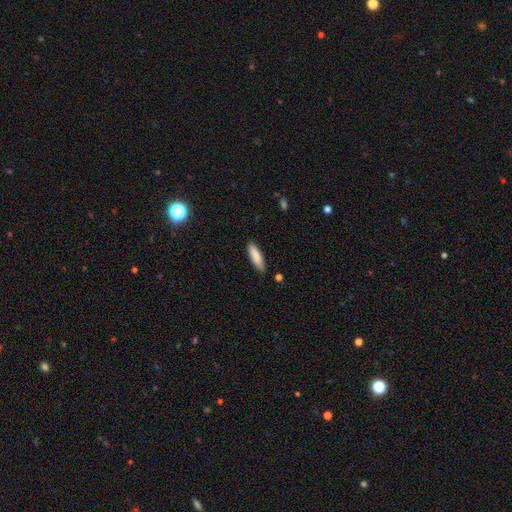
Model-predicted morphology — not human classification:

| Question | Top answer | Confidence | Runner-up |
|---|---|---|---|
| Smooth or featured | smooth | 85% | featured or disk (9%) |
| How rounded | cigar-shaped | 65% | in between (33%) |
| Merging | none | 86% | minor disturbance (11%) |